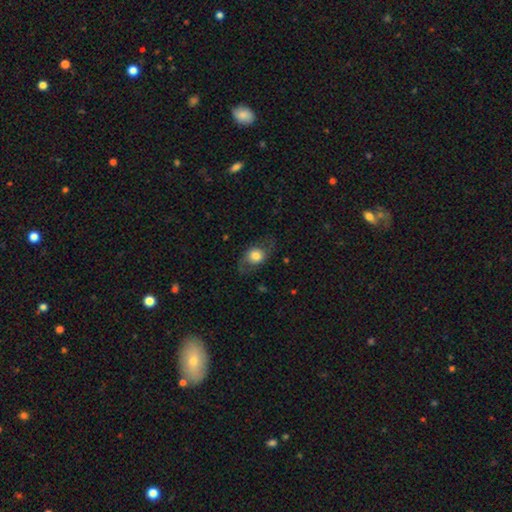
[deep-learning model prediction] smooth-or-featured: smooth: 55% | featured or disk: 37% | star or artifact: 7%
  how-rounded: round: 54% | in between: 44% | cigar-shaped: 2%
  merging: none: 69% | minor disturbance: 17% | major disturbance: 12% | merger: 1%